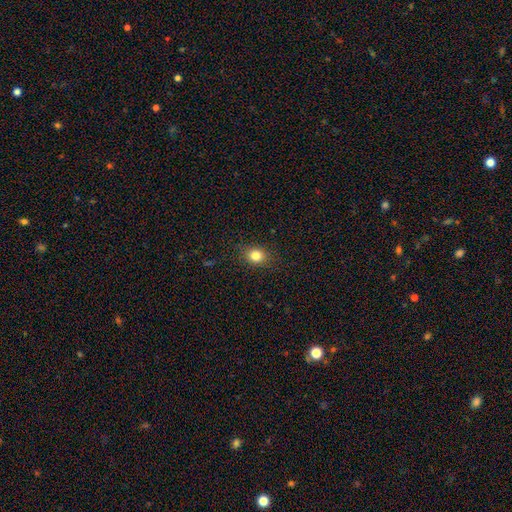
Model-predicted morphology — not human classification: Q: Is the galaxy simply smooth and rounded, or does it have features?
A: smooth — 82%.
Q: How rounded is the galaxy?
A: round — 66%.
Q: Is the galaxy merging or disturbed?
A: none — 86%.